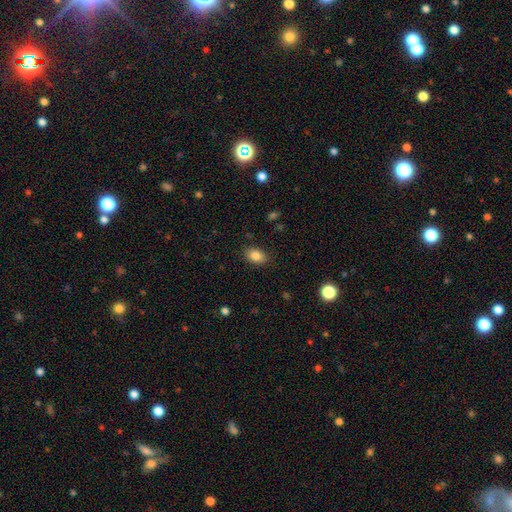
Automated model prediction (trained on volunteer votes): Overall: smooth (85%). How rounded: in between (84%). Merging: none (86%).